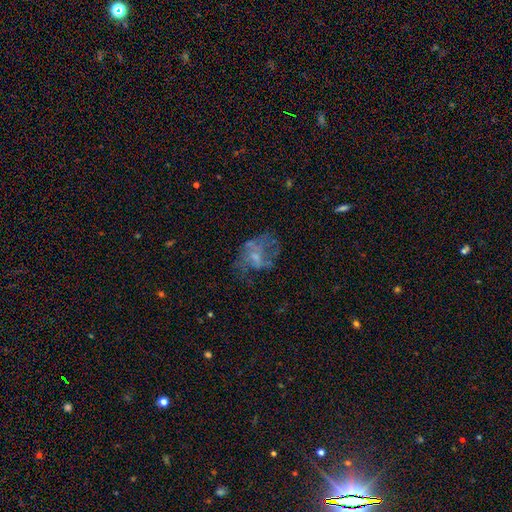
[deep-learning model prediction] Q: Smooth or featured?
A: featured or disk (56%); runner-up: smooth (30%)
Q: Edge-on disk?
A: no (97%); runner-up: yes (3%)
Q: Bar?
A: no (67%); runner-up: weak (28%)
Q: Spiral arms?
A: no (64%); runner-up: yes (36%)
Q: Bulge size?
A: small (43%); runner-up: none (29%)
Q: Merging?
A: none (40%); runner-up: major disturbance (36%)